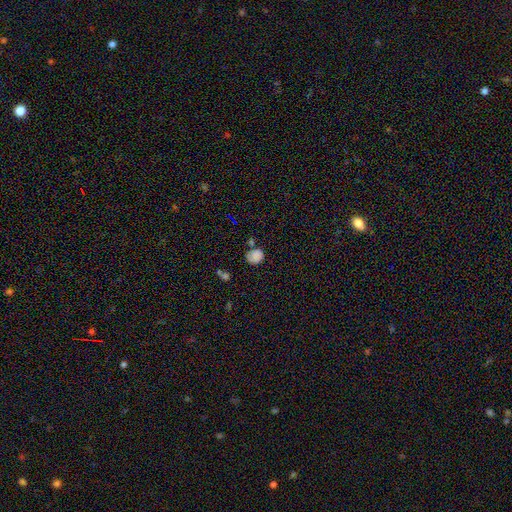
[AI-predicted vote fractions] Smooth or featured? smooth (78%)
How rounded? round (74%)
Merging? none (60%)